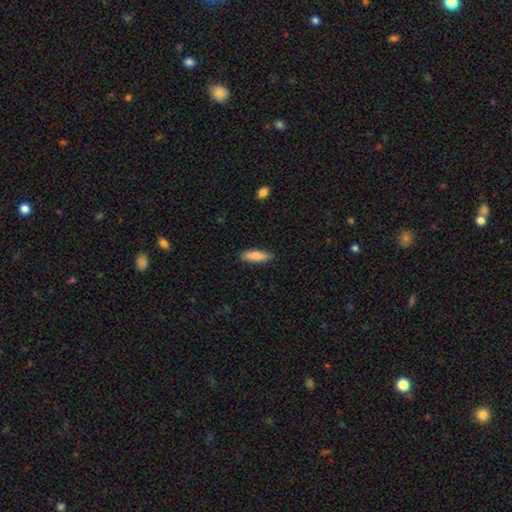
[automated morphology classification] A smooth galaxy with no disk features (83%) that is cigar-shaped (53%). Merging: none (88%).